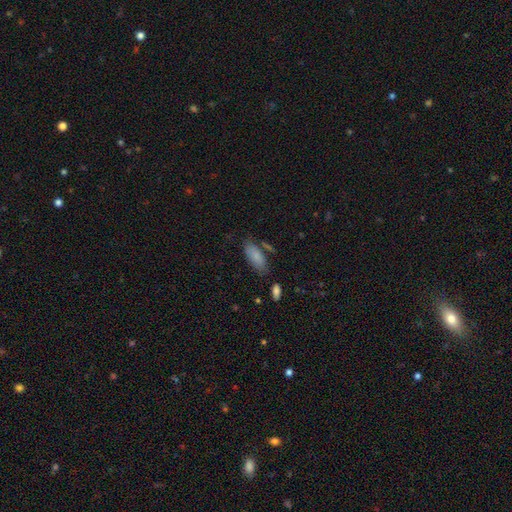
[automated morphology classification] Smooth or featured? smooth (84%)
How rounded? in between (83%)
Merging? none (69%)